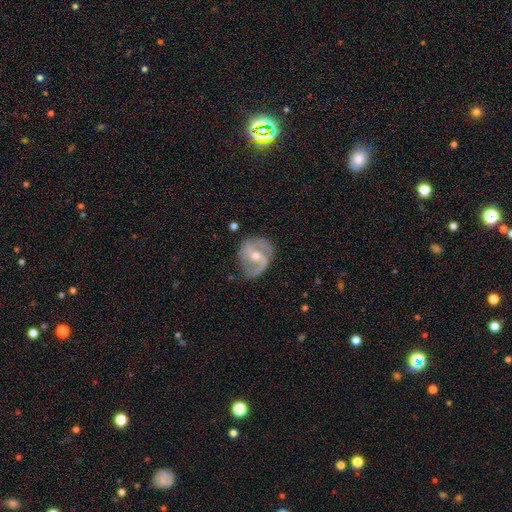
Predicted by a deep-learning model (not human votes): Q: Smooth or featured?
A: featured or disk (83%); runner-up: smooth (11%)
Q: Edge-on disk?
A: no (97%); runner-up: yes (3%)
Q: Bar?
A: weak (45%); runner-up: no (39%)
Q: Spiral arms?
A: yes (93%); runner-up: no (7%)
Q: Spiral winding?
A: medium (48%); runner-up: tight (27%)
Q: Spiral arm count?
A: 2 (72%); runner-up: can't tell (9%)
Q: Bulge size?
A: moderate (65%); runner-up: small (30%)
Q: Merging?
A: none (66%); runner-up: minor disturbance (23%)